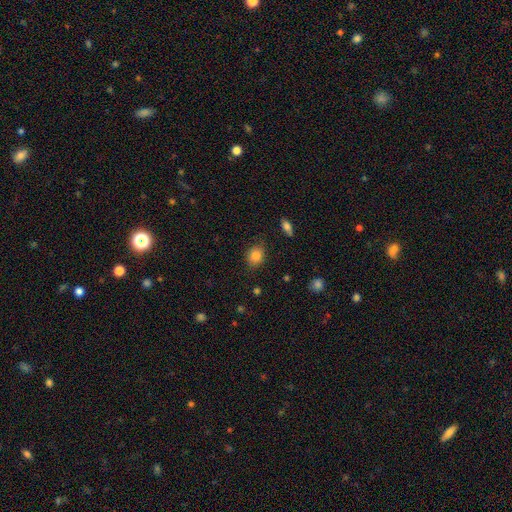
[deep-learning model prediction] This appears to be a smooth galaxy with no disk features (84%) that is round (52%). Merging: none (82%).